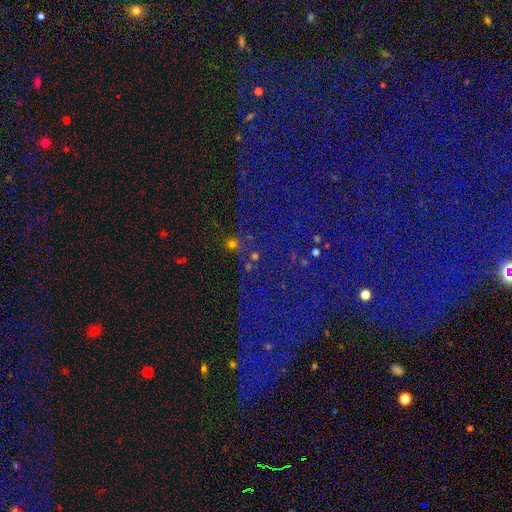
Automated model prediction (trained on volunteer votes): Morphology: type=star or artifact (84%).